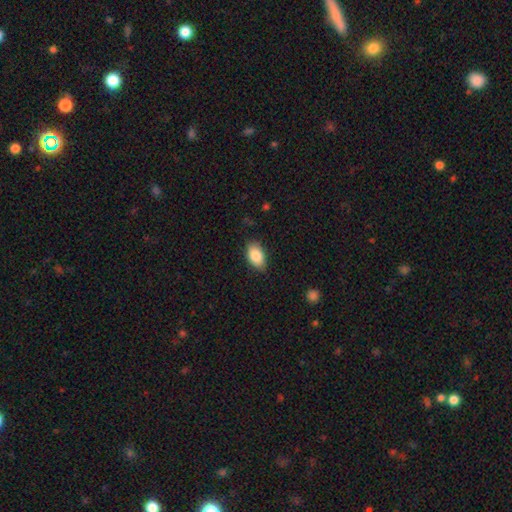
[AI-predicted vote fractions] Smooth or featured? Predicted: smooth (p=0.85). How rounded? Predicted: in between (p=0.92). Merging? Predicted: none (p=0.82).